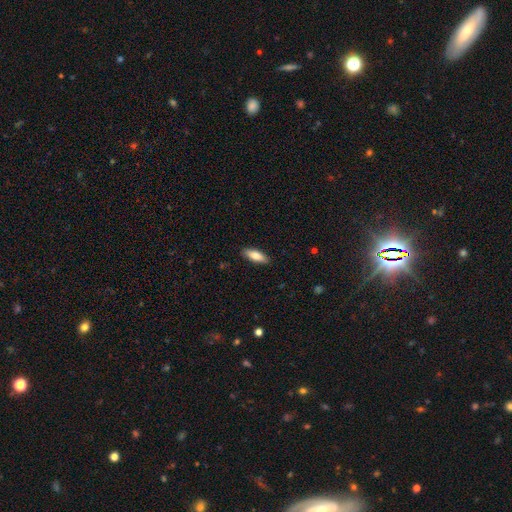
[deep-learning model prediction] A smooth galaxy with no disk features (80%) that is in between round and cigar-shaped (68%).

Vote fractions:
- Smooth or featured? smooth: 80% / featured or disk: 14% / star or artifact: 6%
- How rounded? in between: 68% / cigar-shaped: 30% / round: 2%
- Merging? none: 88% / minor disturbance: 9% / major disturbance: 2% / merger: 1%